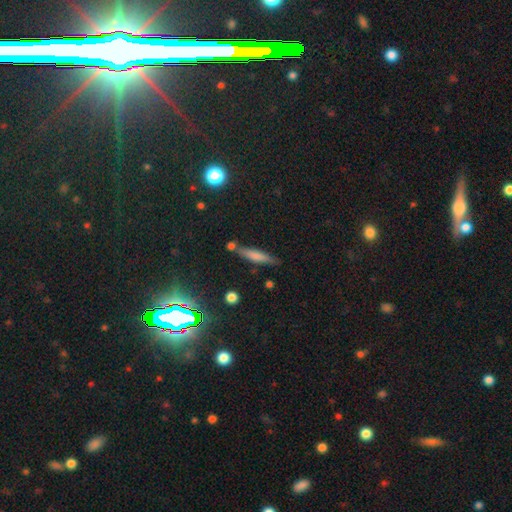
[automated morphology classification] Smooth or featured? Predicted: smooth (p=0.63). How rounded? Predicted: cigar-shaped (p=0.86). Merging? Predicted: none (p=0.73).